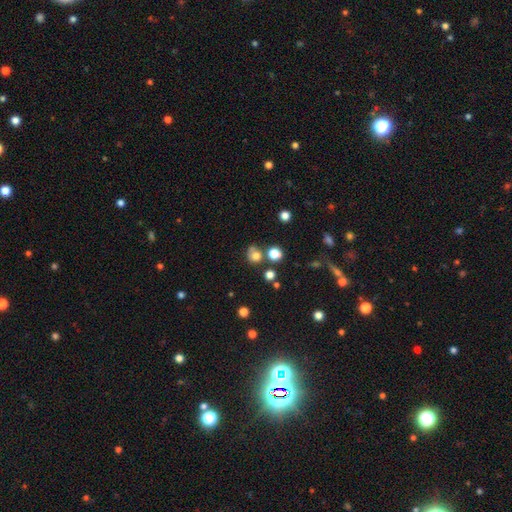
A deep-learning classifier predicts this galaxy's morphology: smooth-or-featured: smooth: 73% | star or artifact: 17% | featured or disk: 10%
  how-rounded: round: 83% | in between: 16% | cigar-shaped: 1%
  merging: none: 59% | merger: 21% | minor disturbance: 14% | major disturbance: 7%